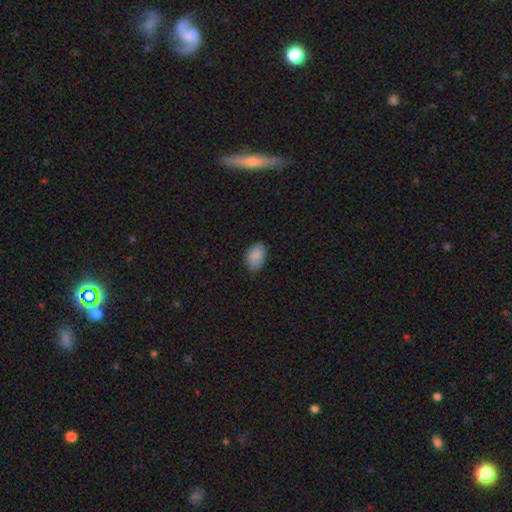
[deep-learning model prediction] Smooth or featured? Predicted: smooth (p=0.87). How rounded? Predicted: in between (p=0.85). Merging? Predicted: none (p=0.69).